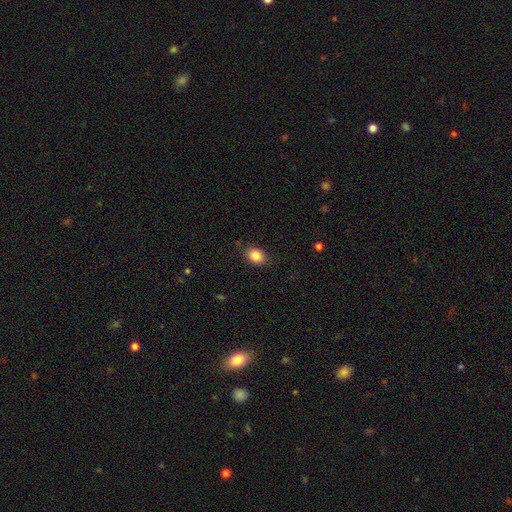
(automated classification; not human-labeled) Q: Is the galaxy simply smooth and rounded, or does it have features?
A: smooth — 85%.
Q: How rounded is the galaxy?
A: in between — 62%.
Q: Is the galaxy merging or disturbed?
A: none — 81%.